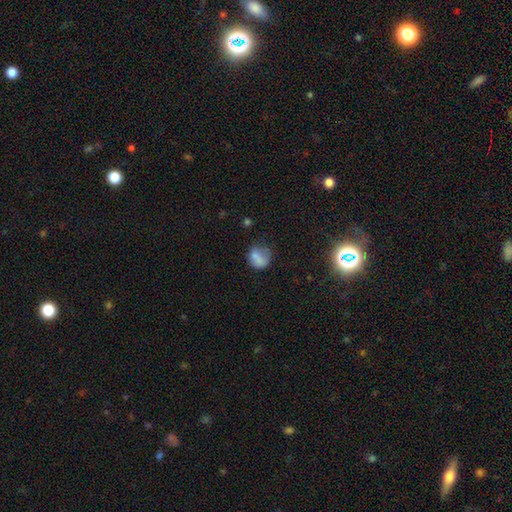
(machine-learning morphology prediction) Q: Smooth or featured?
A: smooth (67%); runner-up: featured or disk (17%)
Q: How rounded?
A: round (63%); runner-up: in between (35%)
Q: Merging?
A: none (48%); runner-up: minor disturbance (28%)